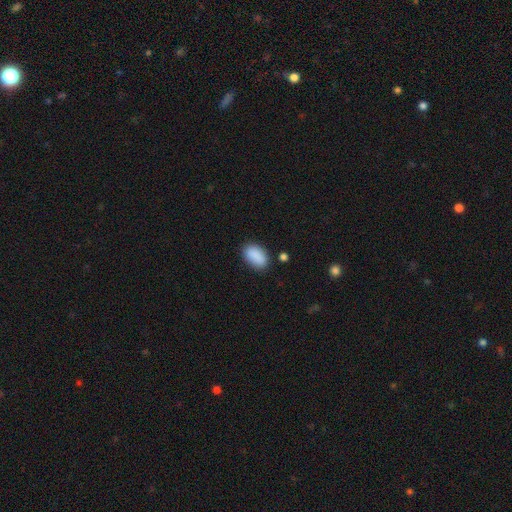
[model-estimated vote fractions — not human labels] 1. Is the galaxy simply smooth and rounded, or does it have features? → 88% smooth, 7% star or artifact, 4% featured or disk.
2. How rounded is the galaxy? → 91% in between, 7% round, 2% cigar-shaped.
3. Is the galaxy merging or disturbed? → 79% none, 15% minor disturbance, 3% major disturbance, 3% merger.